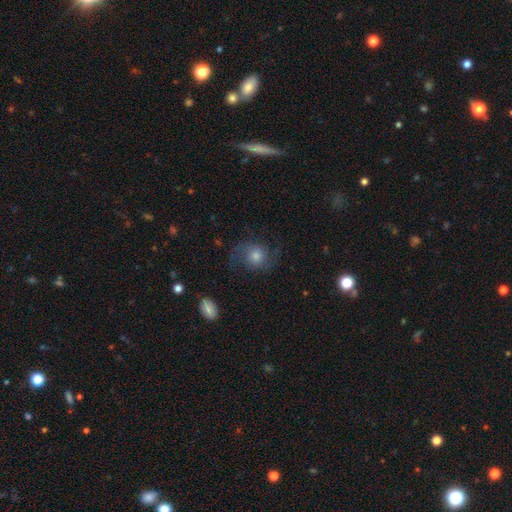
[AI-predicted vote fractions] featured or disk 66%, smooth 22%, star or artifact 12%. Down the decision tree: edge-on disk — no (97%); bar — no (72%); spiral arms — yes (93%); spiral arm count — 2 (89%); spiral winding — medium (48%); bulge size — moderate (53%); merging — none (72%).